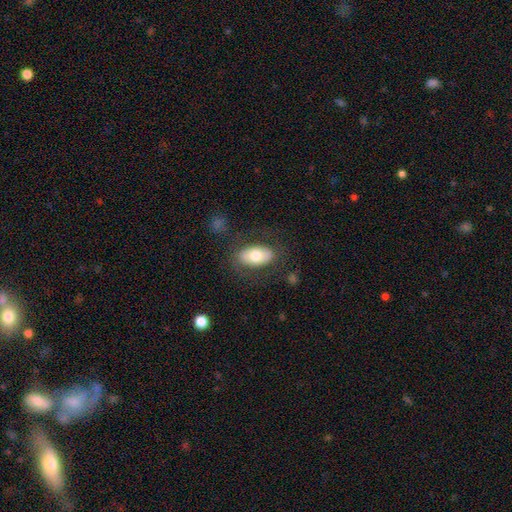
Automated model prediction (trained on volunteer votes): The model was most divided on "smooth or featured": smooth: 68%, featured or disk: 25%, star or artifact: 6%. More confident: how rounded — in between (93%); merging — none (76%).